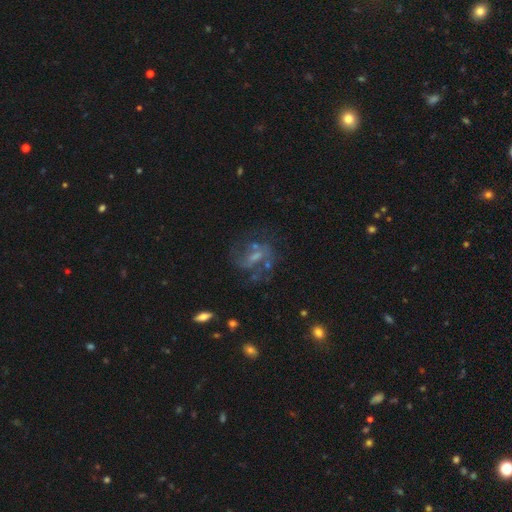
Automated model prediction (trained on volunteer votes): featured or disk 63%, star or artifact 19%, smooth 18%. Down the decision tree: edge-on disk — no (95%); bar — weak (46%); spiral arms — yes (73%); bulge size — small (45%); merging — none (58%).